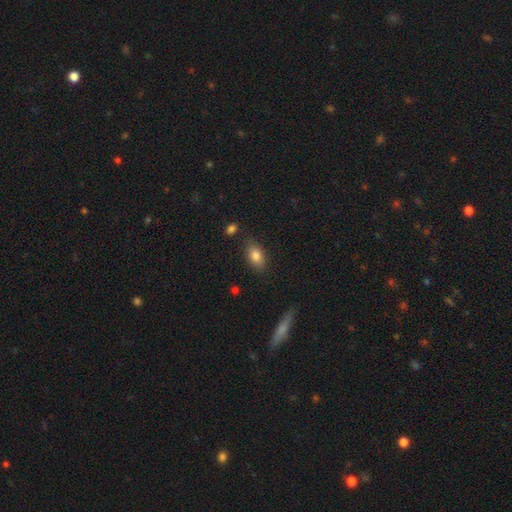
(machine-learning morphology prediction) A smooth galaxy with no disk features (82%) that is in between round and cigar-shaped (88%).

Vote fractions:
- Smooth or featured? smooth: 82% / featured or disk: 9% / star or artifact: 8%
- How rounded? in between: 88% / round: 9% / cigar-shaped: 3%
- Merging? none: 81% / minor disturbance: 13% / major disturbance: 3% / merger: 3%